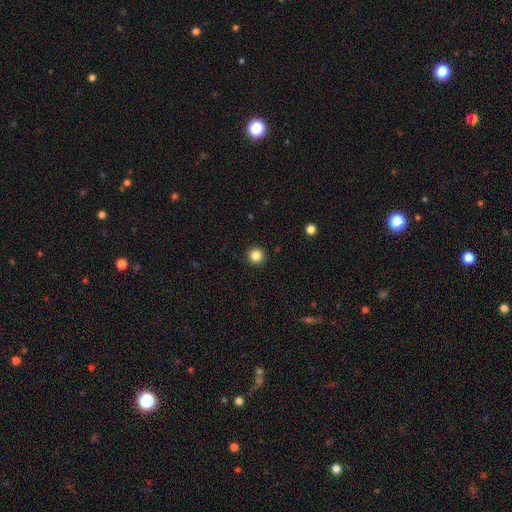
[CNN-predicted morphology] Smooth or featured: smooth — 85% (star or artifact — 11%)
How rounded: round — 96% (in between — 3%)
Merging: none — 93% (minor disturbance — 4%)